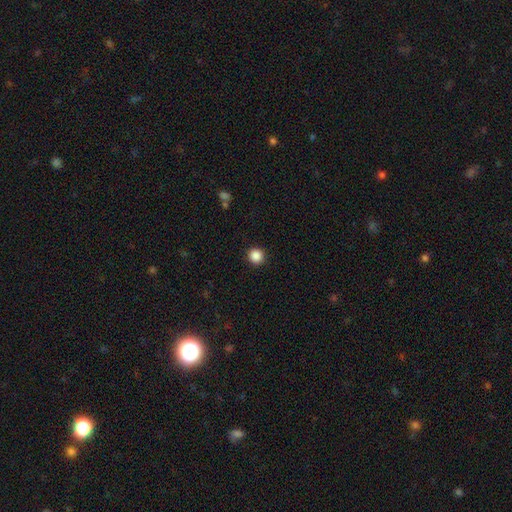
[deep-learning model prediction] A smooth galaxy with no disk features (87%) that is round (93%). Merging: none (92%).